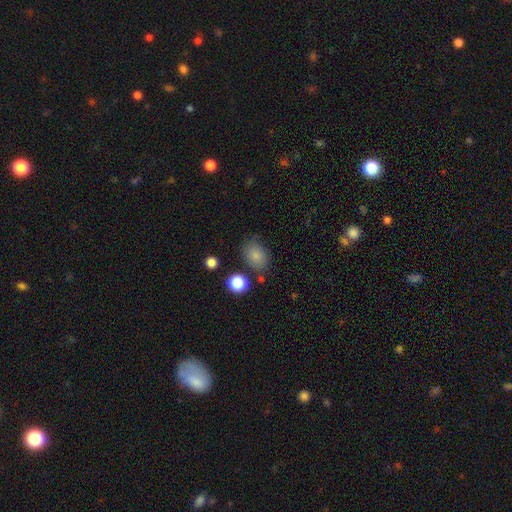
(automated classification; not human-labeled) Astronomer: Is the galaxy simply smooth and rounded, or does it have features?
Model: smooth — 82%.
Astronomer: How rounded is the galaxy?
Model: in between — 70%.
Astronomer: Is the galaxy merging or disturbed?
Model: none — 71%.